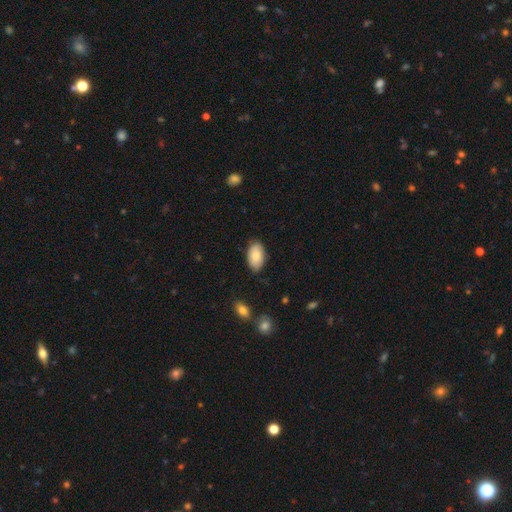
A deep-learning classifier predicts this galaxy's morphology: Q: Smooth or featured?
A: smooth (83%); runner-up: featured or disk (11%)
Q: How rounded?
A: in between (94%); runner-up: round (4%)
Q: Merging?
A: none (81%); runner-up: minor disturbance (15%)